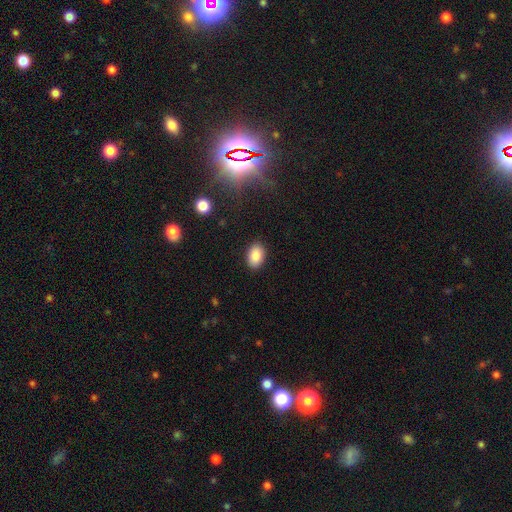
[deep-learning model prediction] The model was most divided on "how rounded": in between: 87%, round: 12%, cigar-shaped: 1%. More confident: merging — none (88%); smooth or featured — smooth (88%).